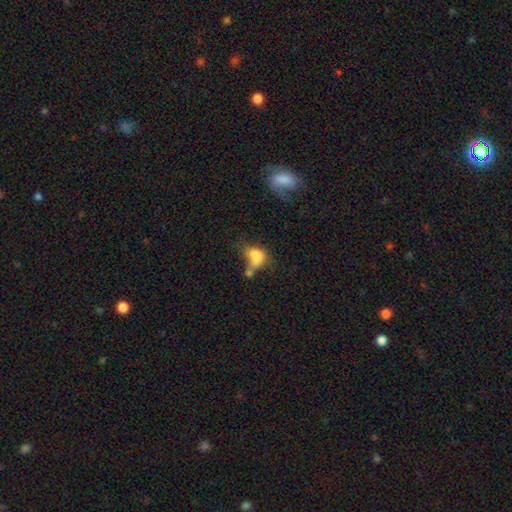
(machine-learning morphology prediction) This is likely a smooth galaxy (71%). How rounded: likely in between (68%). Merging: marginally merger (40%).